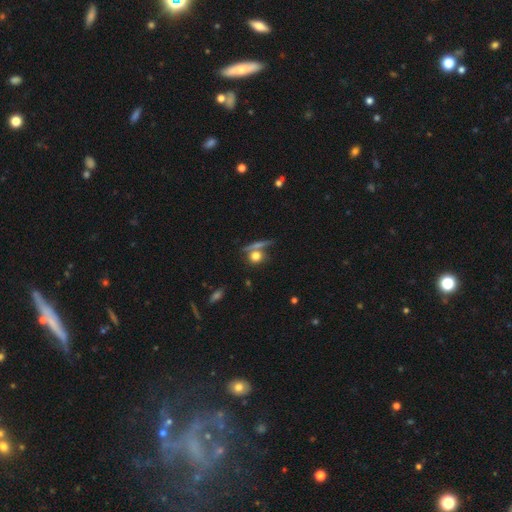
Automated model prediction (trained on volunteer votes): smooth_or_featured: smooth (p=0.70) [alt: featured or disk p=0.17]
how_rounded: round (p=0.76) [alt: in between p=0.15]
merging: none (p=0.59) [alt: merger p=0.25]